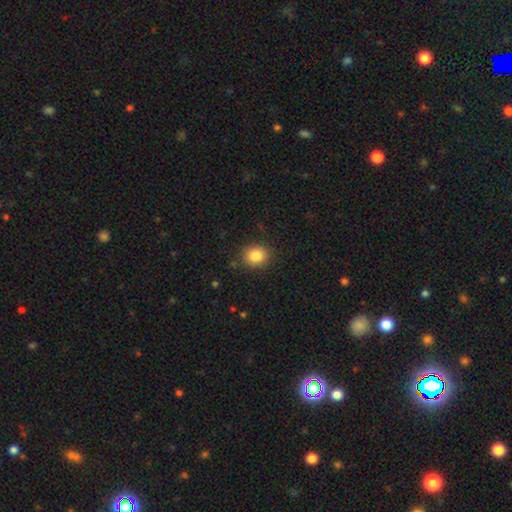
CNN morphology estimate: A smooth galaxy with no disk features (84%) that is round (73%).

Vote fractions:
- Smooth or featured? smooth: 84% / star or artifact: 10% / featured or disk: 6%
- How rounded? round: 73% / in between: 26% / cigar-shaped: 1%
- Merging? none: 87% / minor disturbance: 9% / major disturbance: 3% / merger: 1%